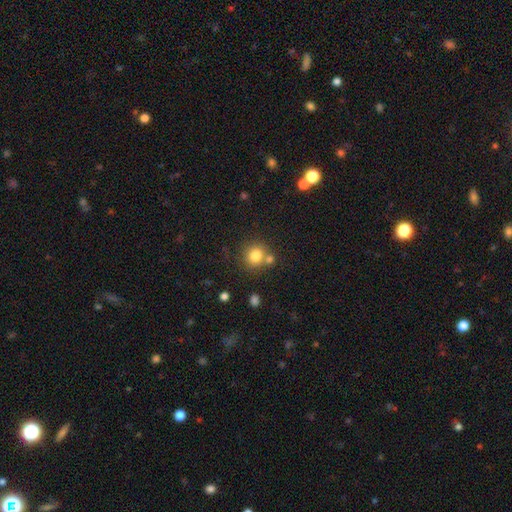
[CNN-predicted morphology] Q: Smooth or featured?
A: smooth (81%); runner-up: star or artifact (12%)
Q: How rounded?
A: round (88%); runner-up: in between (11%)
Q: Merging?
A: none (66%); runner-up: merger (21%)